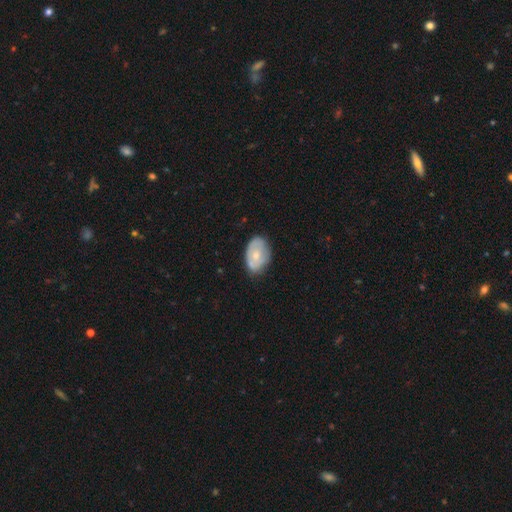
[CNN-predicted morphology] This appears to be a smooth galaxy with no disk features (57%) that is in between round and cigar-shaped (86%). Merging: none (64%).